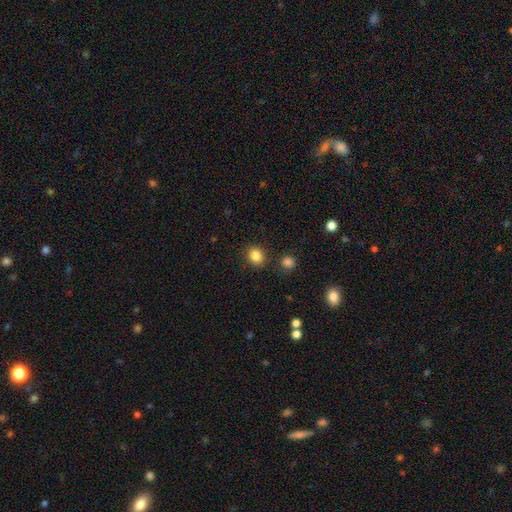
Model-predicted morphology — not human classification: Smooth or featured? smooth (84%)
How rounded? round (75%)
Merging? none (86%)